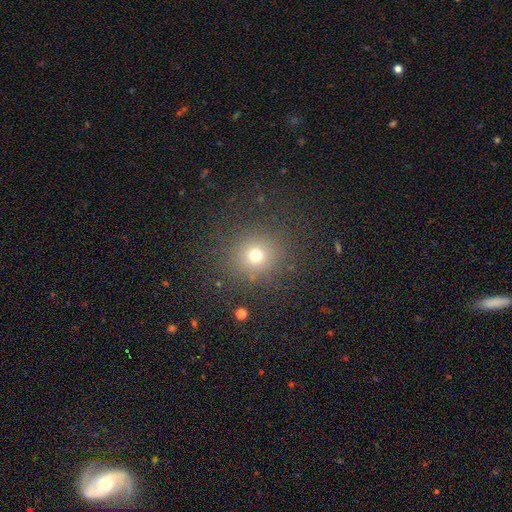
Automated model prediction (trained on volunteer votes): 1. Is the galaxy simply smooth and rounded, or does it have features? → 70% smooth, 22% star or artifact, 9% featured or disk.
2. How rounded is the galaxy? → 89% round, 10% in between, 1% cigar-shaped.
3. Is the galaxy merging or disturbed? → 85% none, 8% minor disturbance, 5% major disturbance, 2% merger.